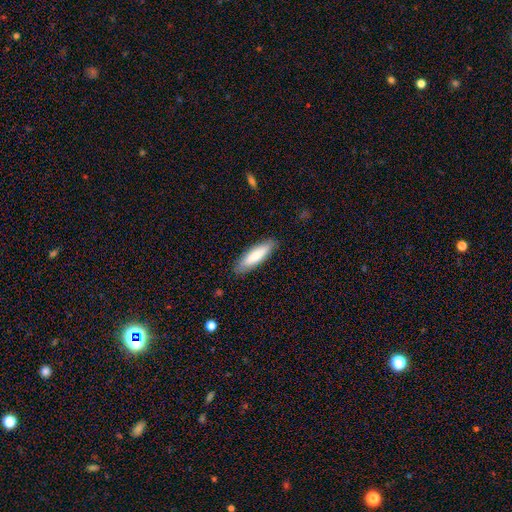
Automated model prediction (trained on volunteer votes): smooth_or_featured: smooth (p=0.77) [alt: featured or disk p=0.17]
how_rounded: cigar-shaped (p=0.64) [alt: in between p=0.35]
merging: none (p=0.88) [alt: minor disturbance p=0.09]